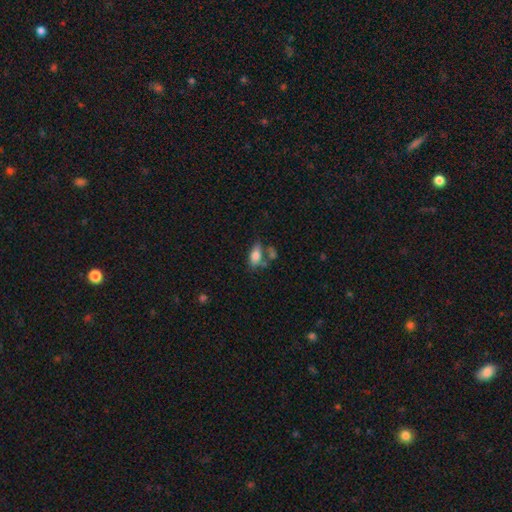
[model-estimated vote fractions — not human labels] smooth-or-featured: smooth: 76% | featured or disk: 16% | star or artifact: 9%
  how-rounded: in between: 82% | cigar-shaped: 13% | round: 4%
  merging: none: 49% | merger: 23% | minor disturbance: 19% | major disturbance: 8%